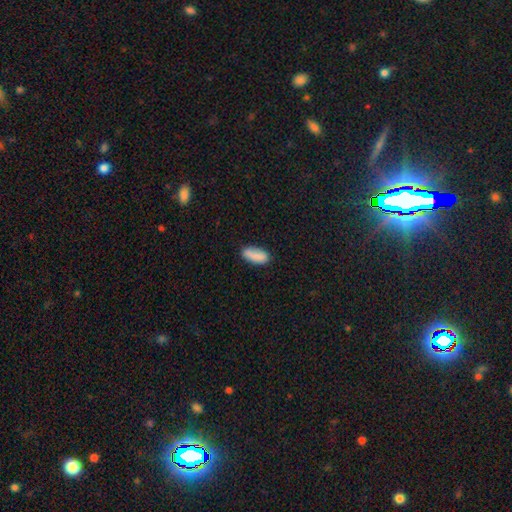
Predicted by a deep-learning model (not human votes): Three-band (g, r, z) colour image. It shows a smooth galaxy with no disk features (85%) that is in between round and cigar-shaped (81%). Merging: none (74%).